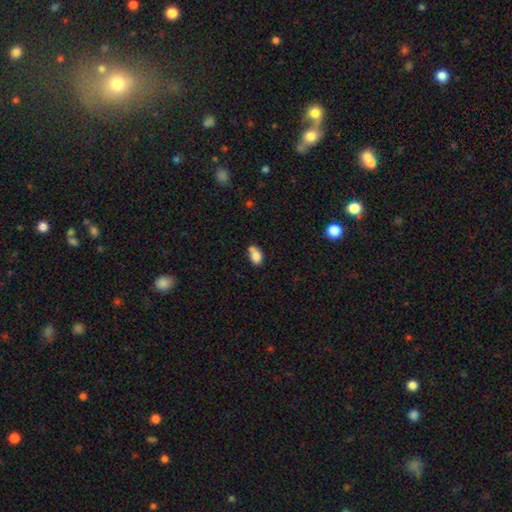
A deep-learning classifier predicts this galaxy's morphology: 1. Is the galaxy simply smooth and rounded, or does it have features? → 81% smooth, 10% featured or disk, 9% star or artifact.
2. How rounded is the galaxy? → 81% in between, 17% round, 2% cigar-shaped.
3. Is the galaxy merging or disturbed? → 44% none, 28% merger, 21% minor disturbance, 6% major disturbance.